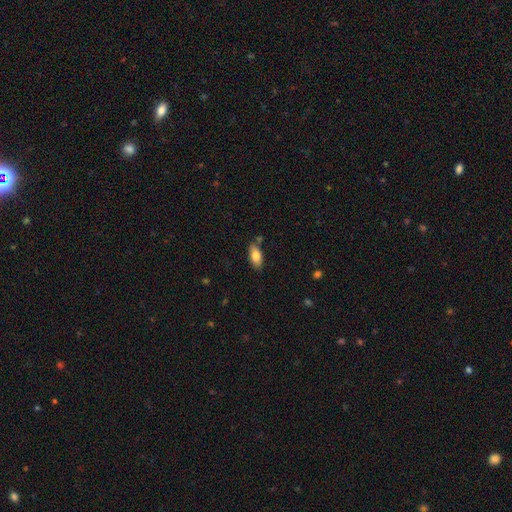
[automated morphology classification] A smooth galaxy with no disk features (82%) that is in between round and cigar-shaped (88%). Merging: none (78%).